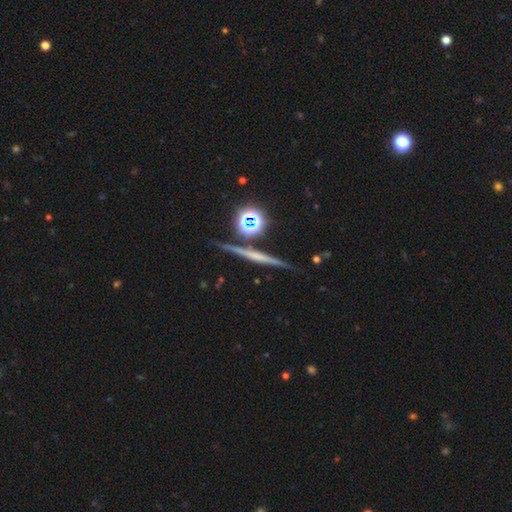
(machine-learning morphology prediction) A featured or disk galaxy (59%) viewed edge-on (96%) with no central bulge (66%). Merging: none (85%).